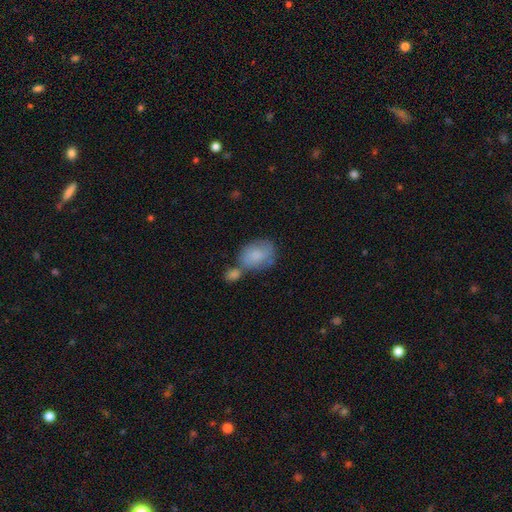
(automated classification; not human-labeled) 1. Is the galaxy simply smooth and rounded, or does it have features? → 79% smooth, 14% featured or disk, 7% star or artifact.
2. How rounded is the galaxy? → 74% in between, 25% round, 1% cigar-shaped.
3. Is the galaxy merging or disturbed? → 37% none, 36% merger, 19% minor disturbance, 8% major disturbance.